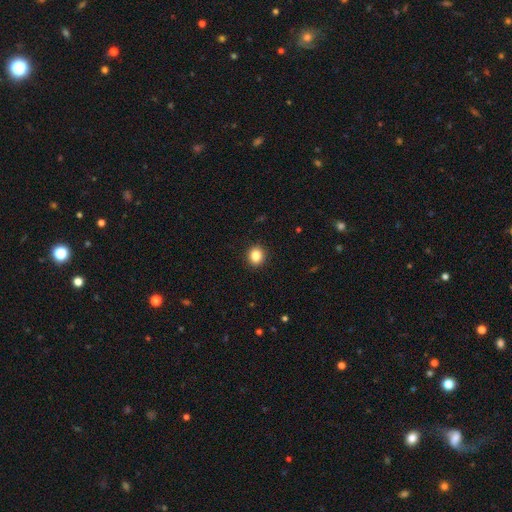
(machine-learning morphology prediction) This appears to be a smooth galaxy with no disk features (86%) that is round (77%). Merging: none (92%).